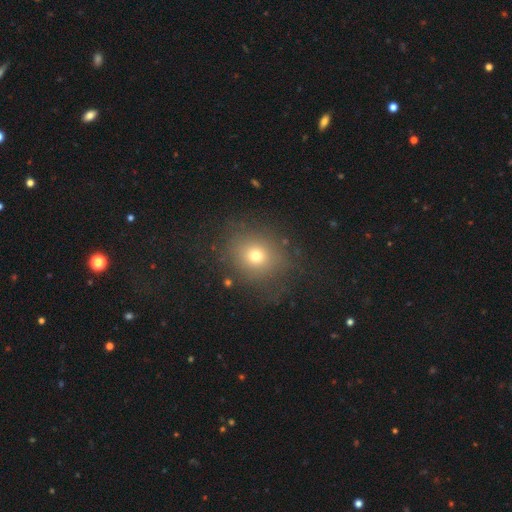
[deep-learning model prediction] Smooth or featured? smooth (70%)
How rounded? round (75%)
Merging? none (77%)